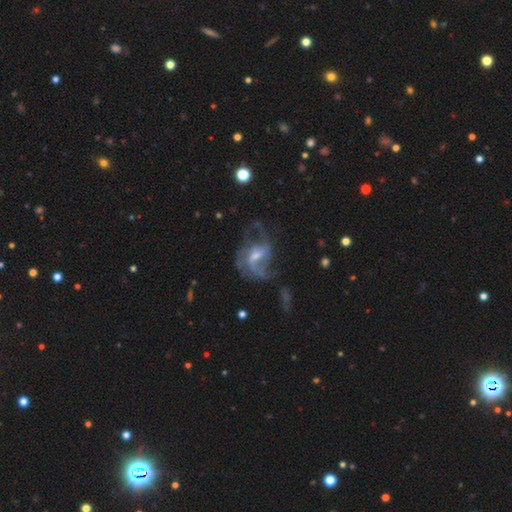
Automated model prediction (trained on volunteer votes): Smooth or featured? Predicted: featured or disk (p=0.77). Edge-on disk? Predicted: no (p=0.97). Bar? Predicted: weak (p=0.52). Spiral arms? Predicted: yes (p=0.81). Spiral winding? Predicted: loose (p=0.46). Spiral arm count? Predicted: 2 (p=0.35). Bulge size? Predicted: moderate (p=0.41, tied with small). Merging? Predicted: none (p=0.41).